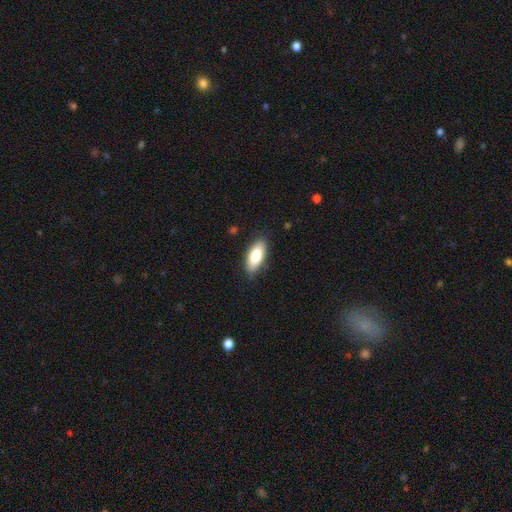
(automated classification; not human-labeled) This is clearly a smooth galaxy (82%). How rounded: clearly in between (83%). Merging: clearly none (85%).